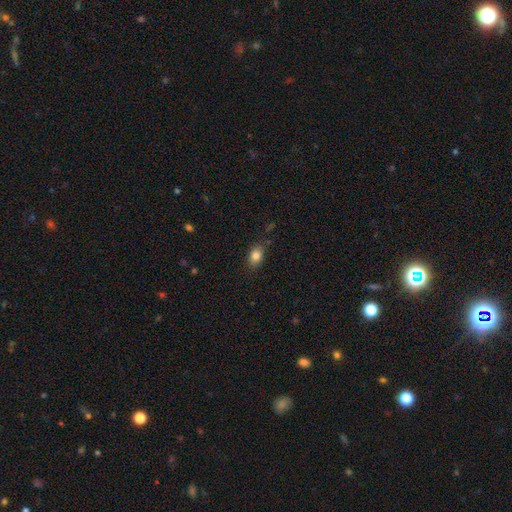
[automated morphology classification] This is clearly a smooth galaxy (83%). How rounded: likely in between (77%). Merging: likely none (80%).